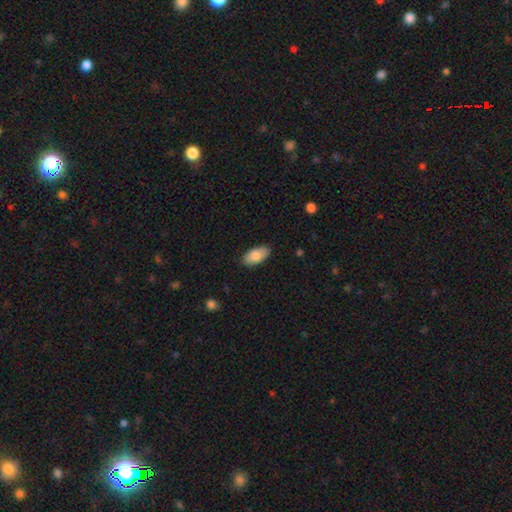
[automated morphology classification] Smooth or featured?
  - smooth: 80% *
  - featured or disk: 14%
  - star or artifact: 6%
How rounded?
  - in between: 94% *
  - cigar-shaped: 3%
  - round: 3%
Merging?
  - none: 86% *
  - minor disturbance: 11%
  - major disturbance: 2%
  - merger: 1%